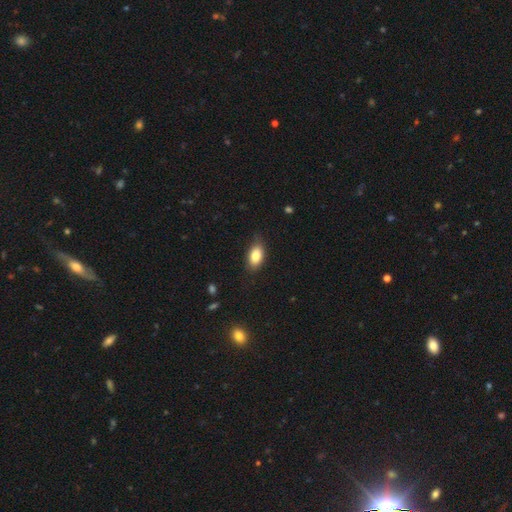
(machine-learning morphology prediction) This appears to be a smooth galaxy with no disk features (83%) that is in between round and cigar-shaped (90%). Merging: none (78%).